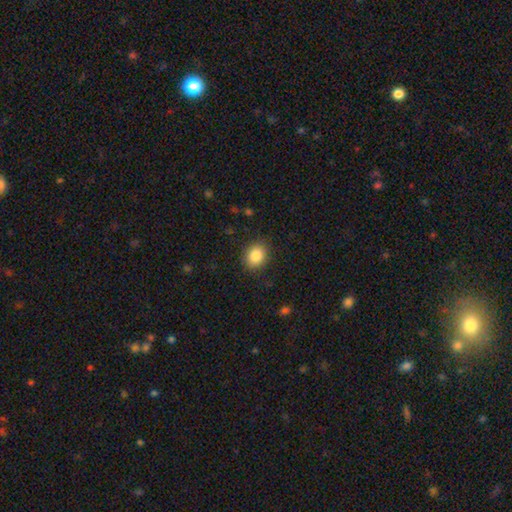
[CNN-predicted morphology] smooth-or-featured: smooth: 86% | star or artifact: 9% | featured or disk: 5%
  how-rounded: round: 56% | in between: 43% | cigar-shaped: 1%
  merging: none: 87% | minor disturbance: 10% | major disturbance: 3% | merger: 1%